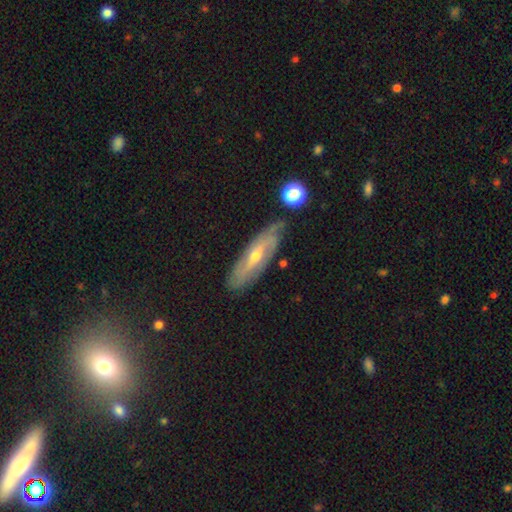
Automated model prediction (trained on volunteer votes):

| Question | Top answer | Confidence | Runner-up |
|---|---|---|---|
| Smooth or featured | featured or disk | 72% | smooth (20%) |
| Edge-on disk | no | 69% | yes (31%) |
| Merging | none | 79% | minor disturbance (15%) |